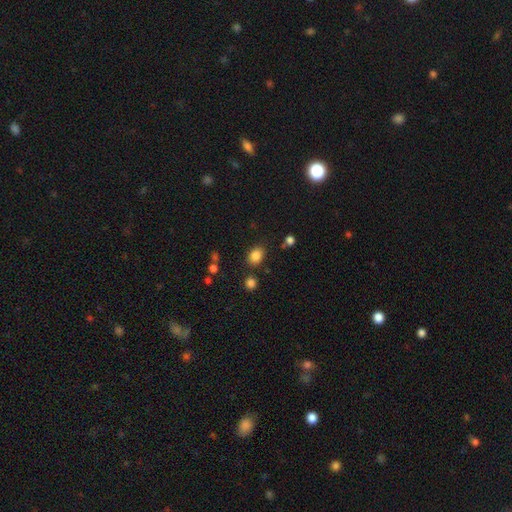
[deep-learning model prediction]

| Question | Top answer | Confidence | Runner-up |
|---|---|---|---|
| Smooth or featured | smooth | 84% | star or artifact (10%) |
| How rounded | in between | 69% | round (30%) |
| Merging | none | 80% | minor disturbance (12%) |